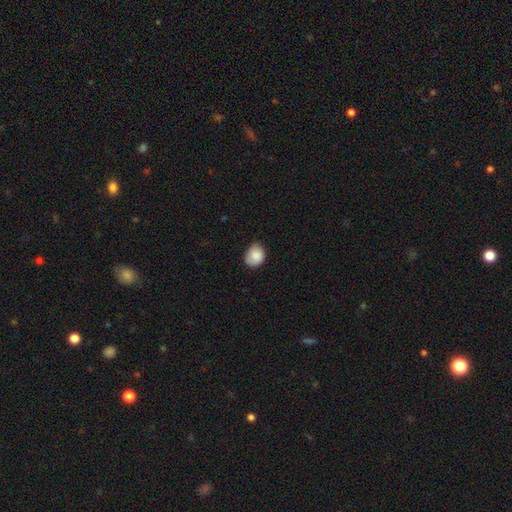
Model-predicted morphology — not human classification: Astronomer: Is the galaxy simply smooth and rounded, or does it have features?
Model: smooth — 85%.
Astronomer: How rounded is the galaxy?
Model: in between — 51% (runner-up: round, 48%).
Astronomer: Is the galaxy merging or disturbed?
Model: none — 56% (runner-up: minor disturbance, 36%).